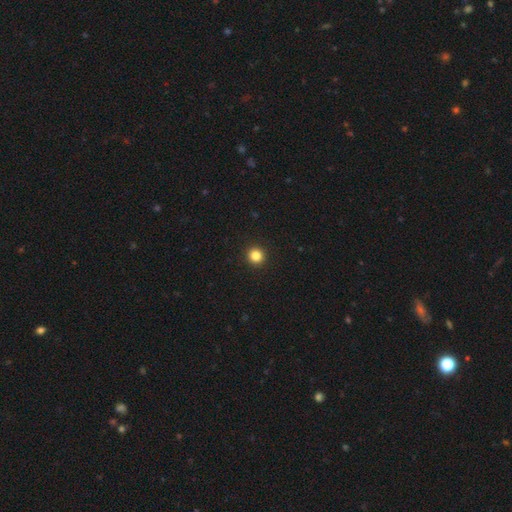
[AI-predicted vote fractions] Smooth or featured: smooth — 84% (star or artifact — 12%)
How rounded: round — 95% (in between — 4%)
Merging: none — 94% (minor disturbance — 4%)